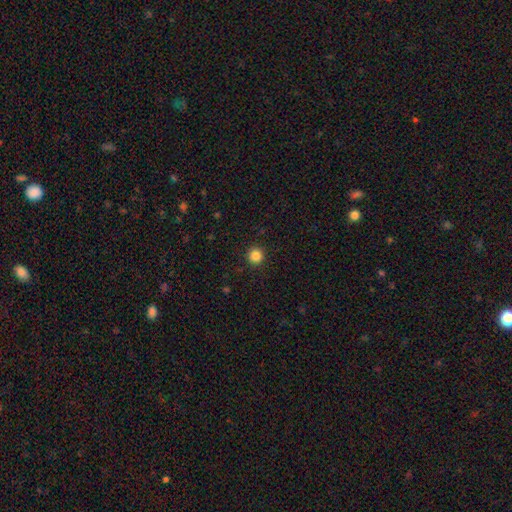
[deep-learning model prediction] Overall: smooth (86%). How rounded: round (95%). Merging: none (93%).